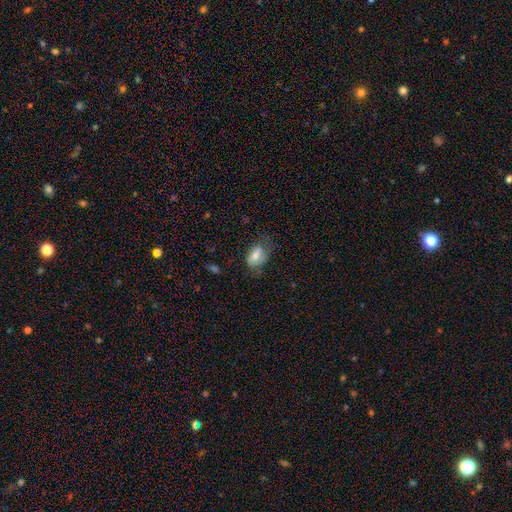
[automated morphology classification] Smooth or featured: smooth — 68% (featured or disk — 24%)
How rounded: in between — 86% (round — 12%)
Merging: none — 46% (minor disturbance — 33%)